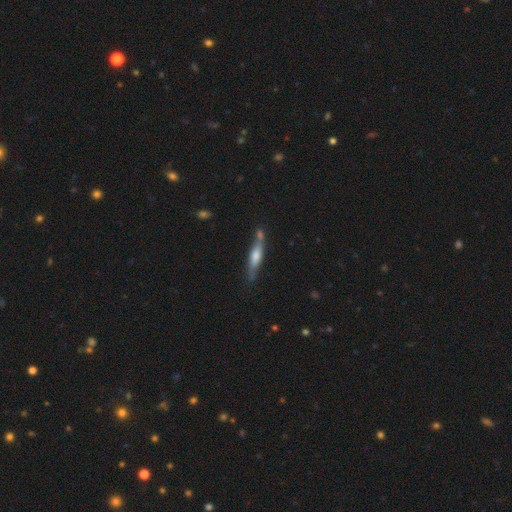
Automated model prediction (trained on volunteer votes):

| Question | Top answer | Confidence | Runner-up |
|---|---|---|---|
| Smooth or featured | featured or disk | 60% | smooth (34%) |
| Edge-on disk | yes | 91% | no (9%) |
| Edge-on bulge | rounded | 72% | boxy (17%) |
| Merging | none | 72% | minor disturbance (16%) |